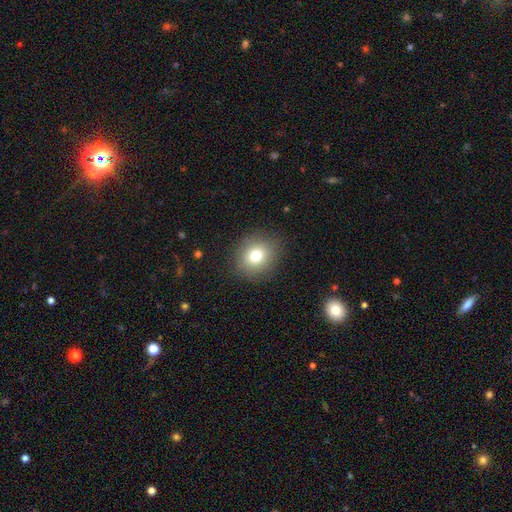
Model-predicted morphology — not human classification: Overall: smooth (77%). How rounded: round (77%). Merging: none (87%).